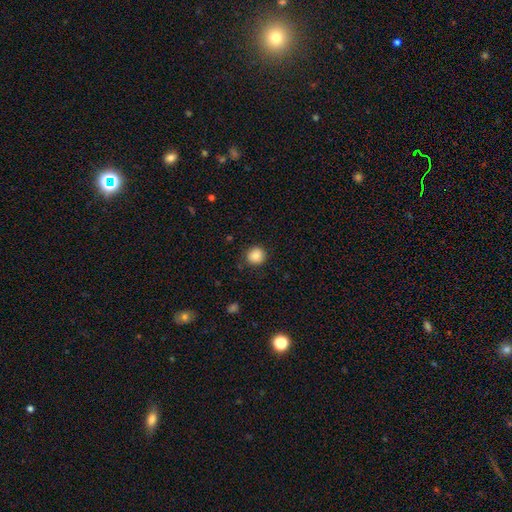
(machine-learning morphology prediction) This is clearly a smooth galaxy (86%). How rounded: clearly round (90%). Merging: clearly none (87%).